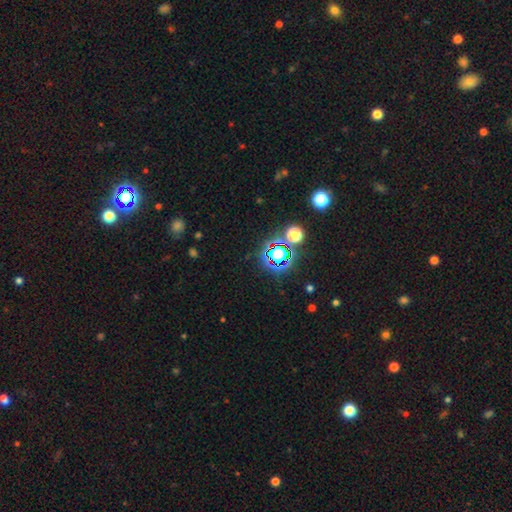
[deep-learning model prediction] Smooth or featured: star or artifact — 77% (smooth — 15%)